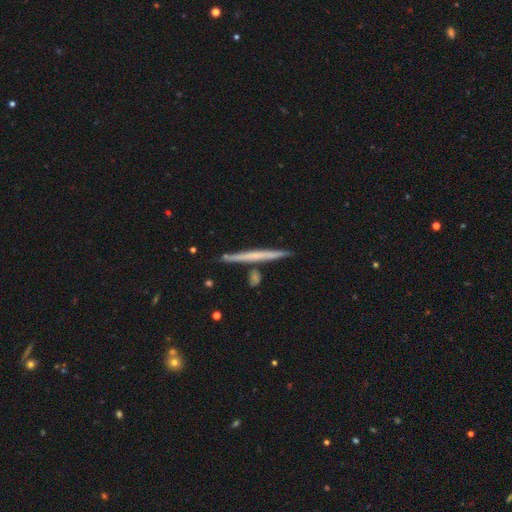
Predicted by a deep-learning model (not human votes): Smooth or featured? featured or disk (55%)
Edge-on disk? yes (98%)
Edge-on bulge? none (85%)
Merging? none (89%)